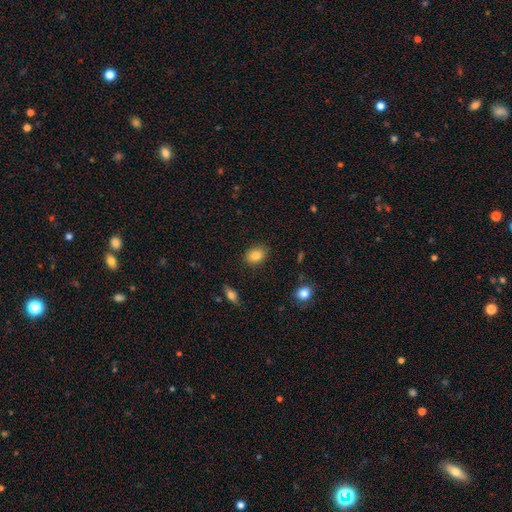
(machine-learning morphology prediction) smooth-or-featured: smooth: 84% | star or artifact: 9% | featured or disk: 7%
  how-rounded: in between: 62% | round: 37% | cigar-shaped: 1%
  merging: none: 86% | minor disturbance: 10% | major disturbance: 3% | merger: 1%